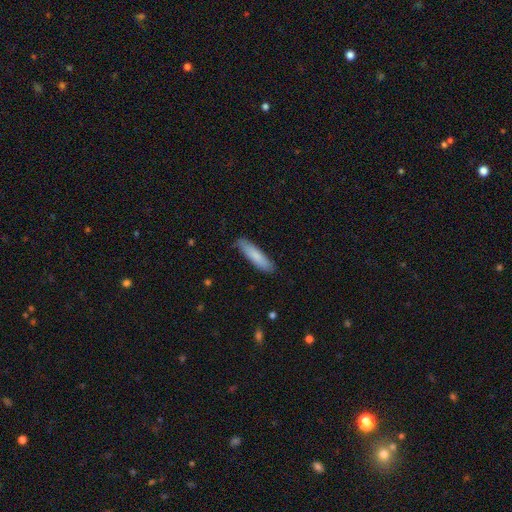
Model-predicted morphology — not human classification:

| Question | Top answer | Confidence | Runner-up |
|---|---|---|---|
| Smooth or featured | smooth | 82% | featured or disk (12%) |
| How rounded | cigar-shaped | 77% | in between (22%) |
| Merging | none | 85% | minor disturbance (12%) |